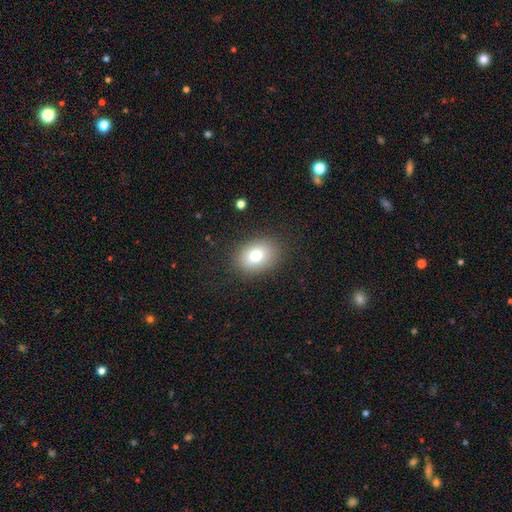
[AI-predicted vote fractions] Smooth or featured? Predicted: smooth (p=0.79). How rounded? Predicted: in between (p=0.65). Merging? Predicted: none (p=0.86).